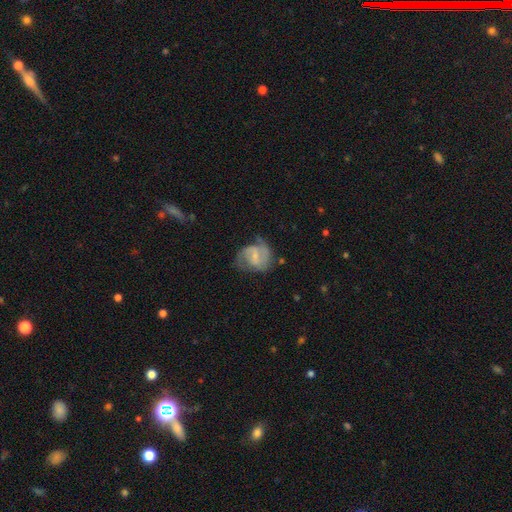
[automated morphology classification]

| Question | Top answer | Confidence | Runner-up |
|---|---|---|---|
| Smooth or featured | featured or disk | 65% | smooth (29%) |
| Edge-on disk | no | 97% | yes (3%) |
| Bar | weak | 55% | no (25%) |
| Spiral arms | yes | 81% | no (19%) |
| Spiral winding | medium | 47% | tight (29%) |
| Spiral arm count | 2 | 65% | can't tell (17%) |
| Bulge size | small | 52% | moderate (26%) |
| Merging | none | 47% | minor disturbance (29%) |